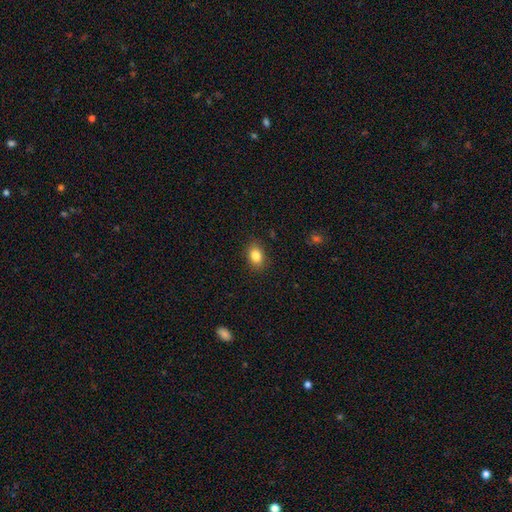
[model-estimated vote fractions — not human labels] smooth_or_featured: smooth (p=0.84) [alt: star or artifact p=0.09]
how_rounded: in between (p=0.76) [alt: round p=0.23]
merging: none (p=0.87) [alt: minor disturbance p=0.10]